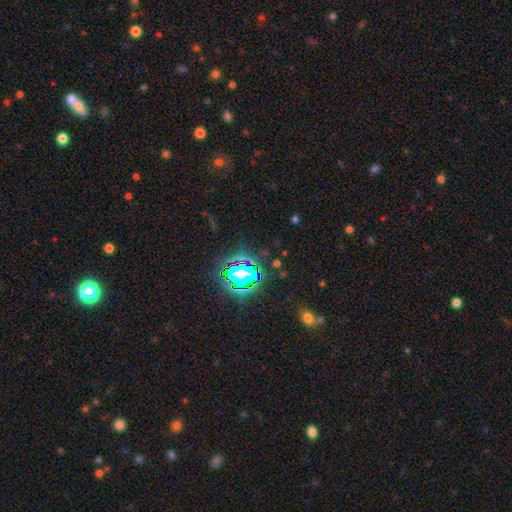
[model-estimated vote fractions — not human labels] Smooth or featured? star or artifact (82%)